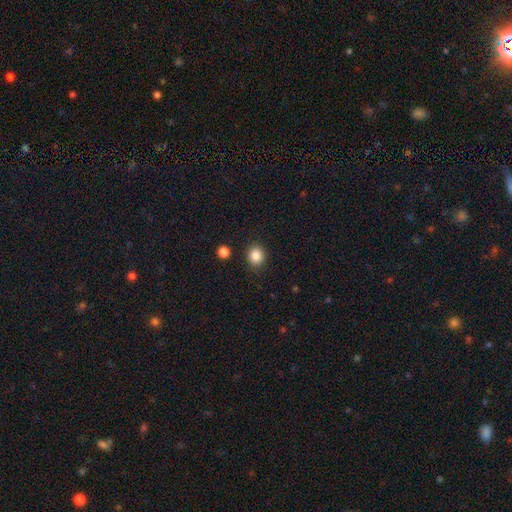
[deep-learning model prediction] Smooth or featured? smooth (85%)
How rounded? round (77%)
Merging? none (87%)